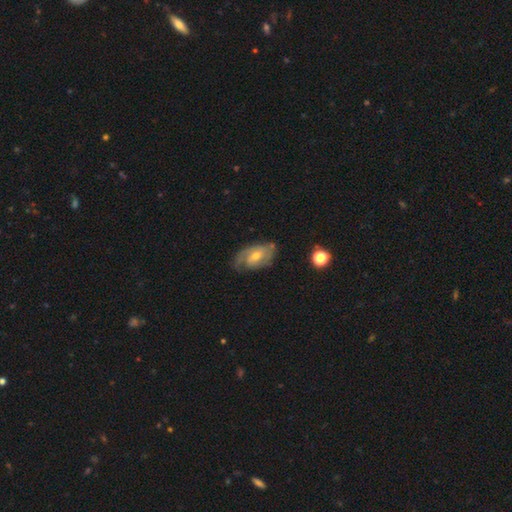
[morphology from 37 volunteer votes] This appears to be a featured or disk galaxy (70%) with no bar (46%), 2 (59%) tight (59%) spiral arms (92%) and a moderate central bulge (58%). Merging: none (63%).